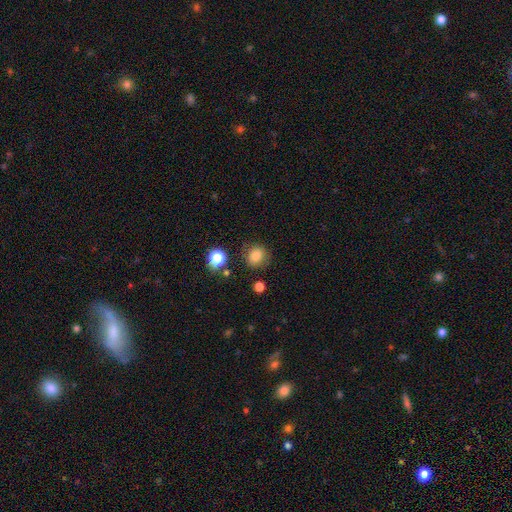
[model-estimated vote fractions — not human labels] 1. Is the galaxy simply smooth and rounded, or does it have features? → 81% smooth, 13% star or artifact, 6% featured or disk.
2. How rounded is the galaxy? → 79% round, 20% in between, 1% cigar-shaped.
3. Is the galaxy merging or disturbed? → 80% none, 12% minor disturbance, 4% major disturbance, 3% merger.